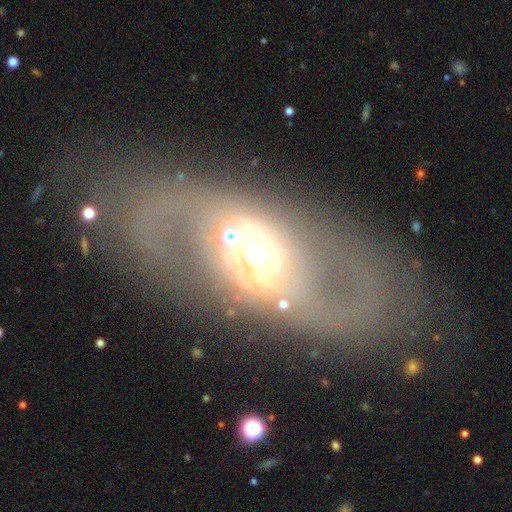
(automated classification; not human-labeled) Smooth or featured? Predicted: featured or disk (p=0.75). Edge-on disk? Predicted: no (p=0.91). Bar? Predicted: no (p=0.50). Spiral arms? Predicted: yes (p=0.66). Bulge size? Predicted: moderate (p=0.58). Merging? Predicted: none (p=0.71).